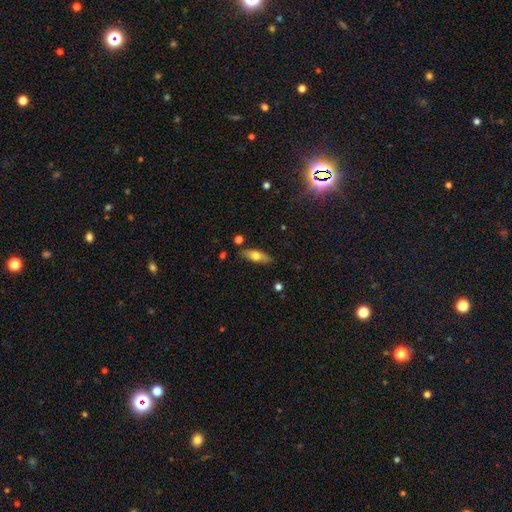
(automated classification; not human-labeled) Overall: smooth (57%; featured or disk 36%). How rounded: in between (60%; cigar-shaped 37%). Merging: none (84%).